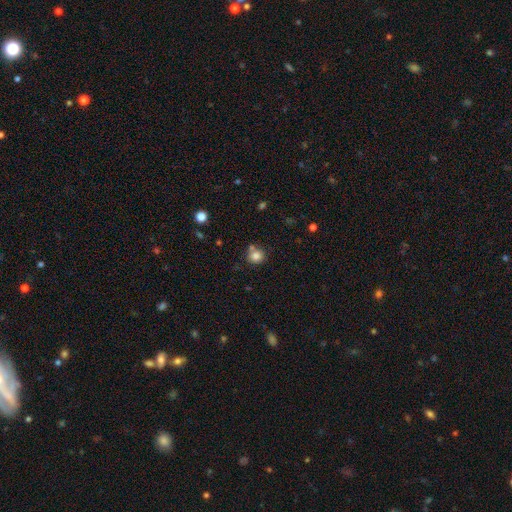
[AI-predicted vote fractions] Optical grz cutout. It shows a smooth galaxy with no disk features (82%) that is round (88%). Merging: none (69%).